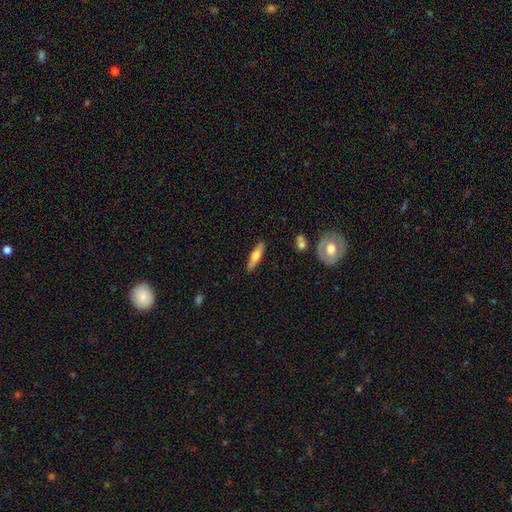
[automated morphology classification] Smooth or featured? smooth (52%)
How rounded? cigar-shaped (70%)
Merging? none (88%)